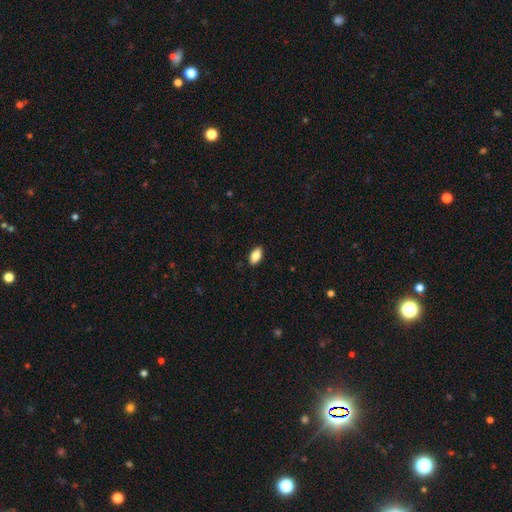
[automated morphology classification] Smooth or featured?
  - smooth: 85% *
  - featured or disk: 8%
  - star or artifact: 7%
How rounded?
  - in between: 92% *
  - cigar-shaped: 4%
  - round: 3%
Merging?
  - none: 88% *
  - minor disturbance: 9%
  - major disturbance: 2%
  - merger: 1%